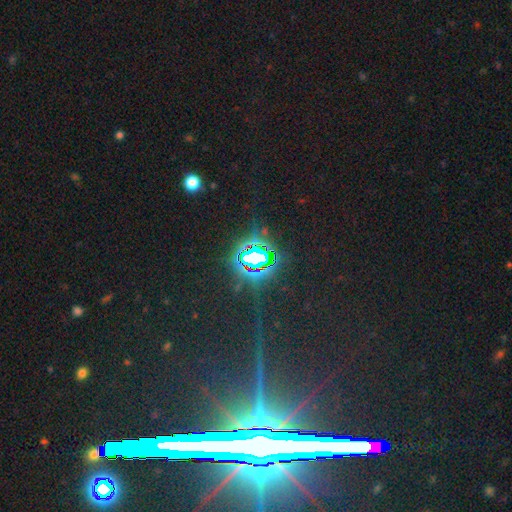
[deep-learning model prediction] This appears to be a star or artifact, not a galaxy (80%).